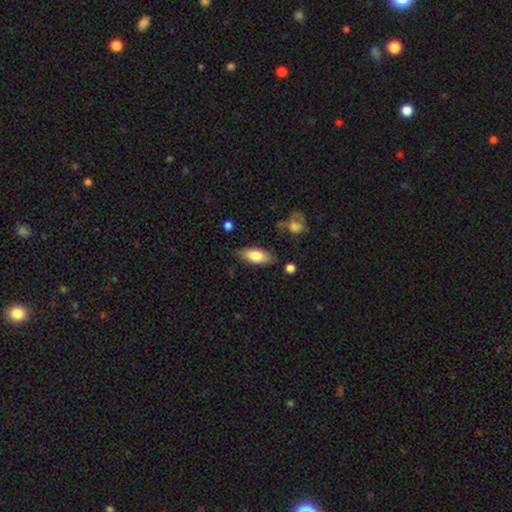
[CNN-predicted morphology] smooth_or_featured: smooth (p=0.81) [alt: featured or disk p=0.13]
how_rounded: in between (p=0.82) [alt: cigar-shaped p=0.16]
merging: none (p=0.81) [alt: minor disturbance p=0.14]